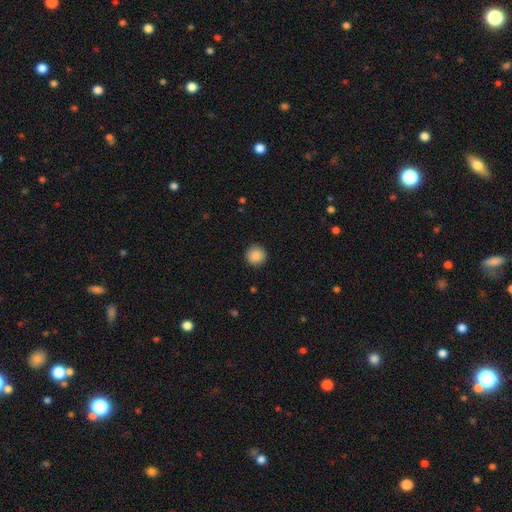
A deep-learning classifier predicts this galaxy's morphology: Smooth or featured: smooth — 89% (star or artifact — 9%)
How rounded: round — 95% (in between — 4%)
Merging: none — 92% (minor disturbance — 5%)